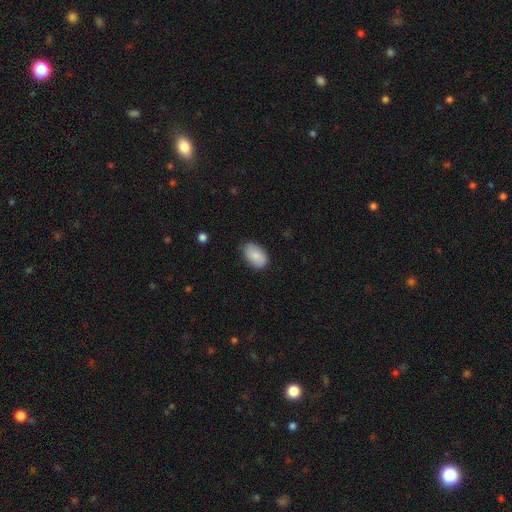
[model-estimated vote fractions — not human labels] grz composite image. It shows a smooth galaxy with no disk features (83%) that is in between round and cigar-shaped (91%). Merging: none (80%).